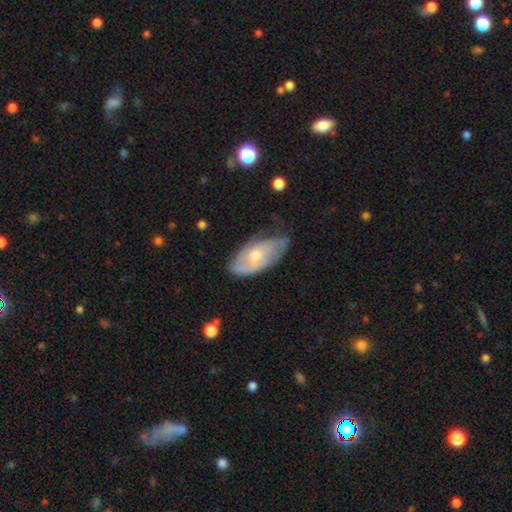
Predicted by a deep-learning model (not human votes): smooth-or-featured: featured or disk: 54% | smooth: 39% | star or artifact: 6%
  disk-edge-on: no: 87% | yes: 13%
  merging: none: 60% | minor disturbance: 31% | major disturbance: 7% | merger: 2%